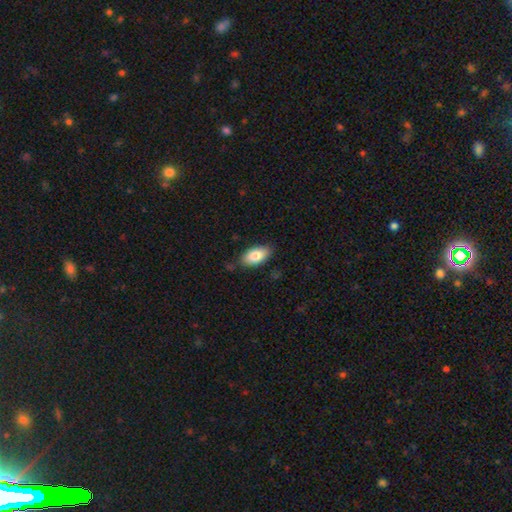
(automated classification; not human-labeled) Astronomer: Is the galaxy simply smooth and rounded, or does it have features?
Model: smooth — 85%.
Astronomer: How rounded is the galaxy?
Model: in between — 93%.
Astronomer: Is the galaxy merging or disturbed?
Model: none — 81%.